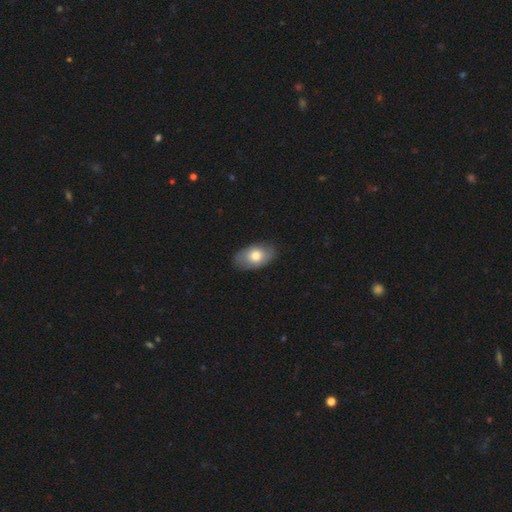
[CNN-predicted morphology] A smooth galaxy with no disk features (73%) that is in between round and cigar-shaped (91%).

Vote fractions:
- Smooth or featured? smooth: 73% / featured or disk: 21% / star or artifact: 6%
- How rounded? in between: 91% / round: 7% / cigar-shaped: 1%
- Merging? none: 83% / minor disturbance: 13% / major disturbance: 3% / merger: 1%